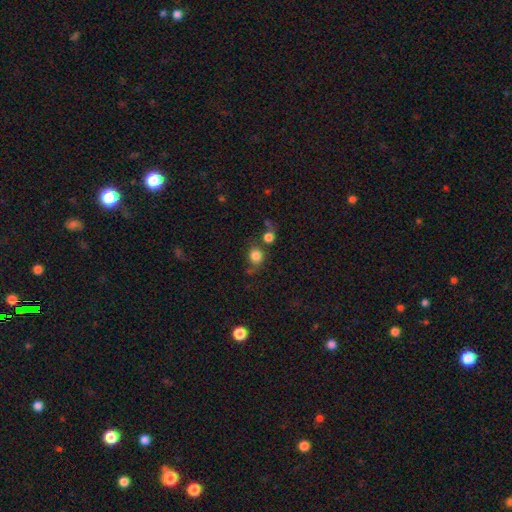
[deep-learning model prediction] Q: Smooth or featured?
A: smooth (81%); runner-up: star or artifact (11%)
Q: How rounded?
A: round (78%); runner-up: in between (21%)
Q: Merging?
A: none (52%); runner-up: merger (24%)